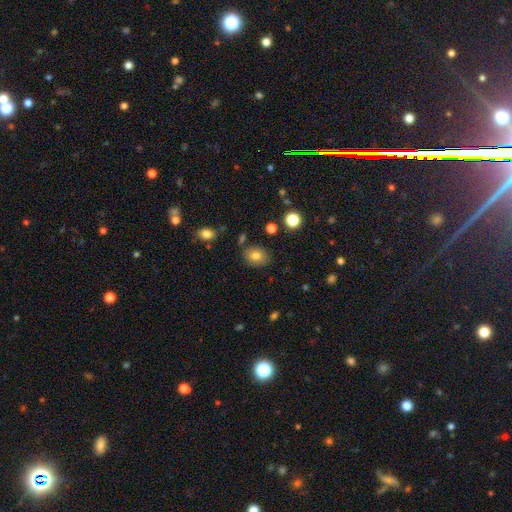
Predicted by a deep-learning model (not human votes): Morphology: type=smooth (78%); roundness=in between (57%); merging=none (81%).